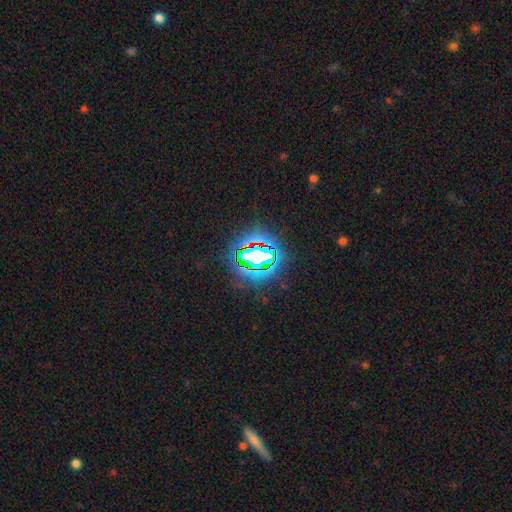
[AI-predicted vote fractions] A star or artifact, not a galaxy (77%).